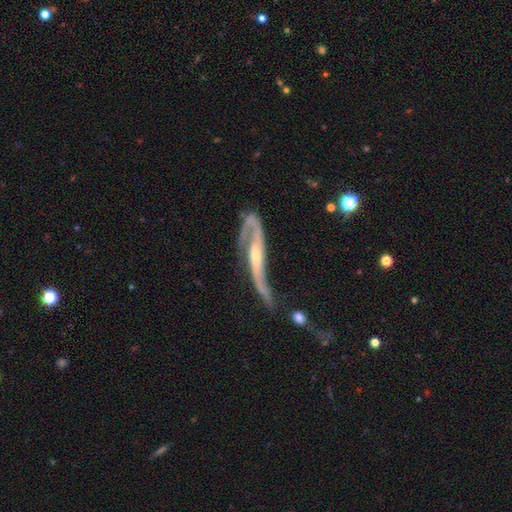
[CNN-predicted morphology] Smooth or featured?
  - featured or disk: 84% *
  - smooth: 9%
  - star or artifact: 7%
Edge-on disk?
  - no: 65% *
  - yes: 35%
Bar?
  - no: 39% *
  - weak: 32%
  - strong: 30%
Spiral arms?
  - yes: 89% *
  - no: 11%
Bulge size?
  - small: 51% *
  - moderate: 40%
  - none: 5%
  - large: 3%
  - dominant: 1%
Merging?
  - major disturbance: 35% *
  - none: 31%
  - minor disturbance: 20%
  - merger: 14%